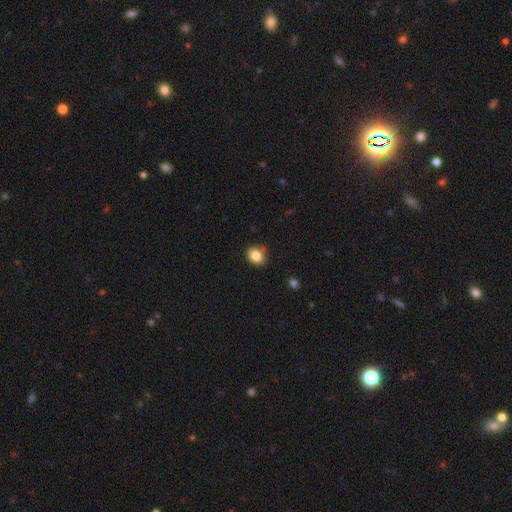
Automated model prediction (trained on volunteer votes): Smooth or featured: smooth — 83% (star or artifact — 10%)
How rounded: round — 58% (in between — 41%)
Merging: none — 79% (minor disturbance — 16%)